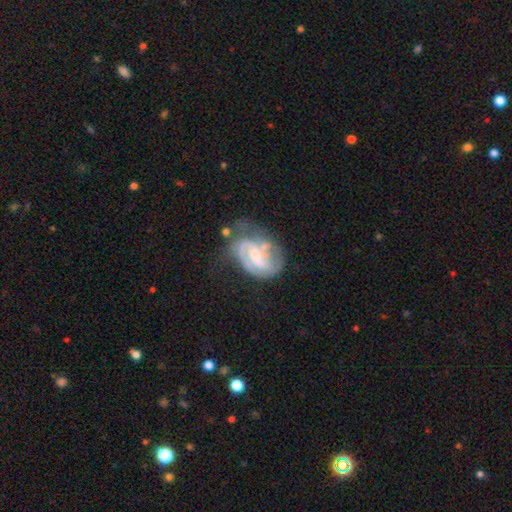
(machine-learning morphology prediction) A featured or disk galaxy (77%) with a weak bar (46%), 2 (51%) tight (43%) spiral arms (86%) and a small central bulge (39%).

Vote fractions:
- Smooth or featured? featured or disk: 77% / smooth: 17% / star or artifact: 6%
- Edge-on disk? no: 98% / yes: 2%
- Bar? weak: 46% / no: 37% / strong: 17%
- Spiral arms? yes: 86% / no: 14%
- Spiral winding? tight: 43% / medium: 41% / loose: 16%
- Spiral arm count? 2: 51% / can't tell: 22% / 3: 12% / 1: 10% / 4: 2% / more than 4: 2%
- Bulge size? small: 39% / moderate: 30% / none: 24% / large: 6% / dominant: 2%
- Merging? none: 38% / minor disturbance: 26% / major disturbance: 26% / merger: 10%